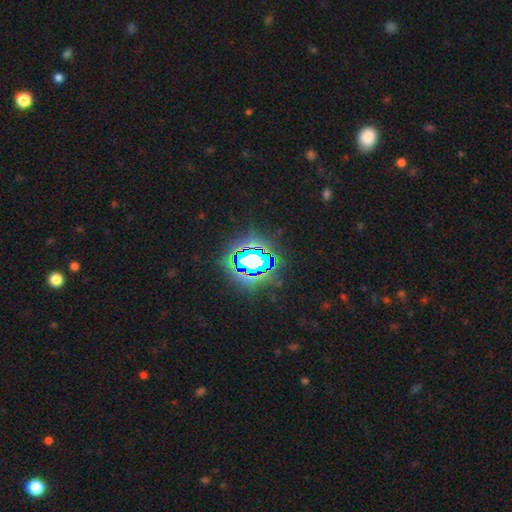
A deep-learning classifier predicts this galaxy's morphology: Smooth or featured? Predicted: star or artifact (p=0.73).